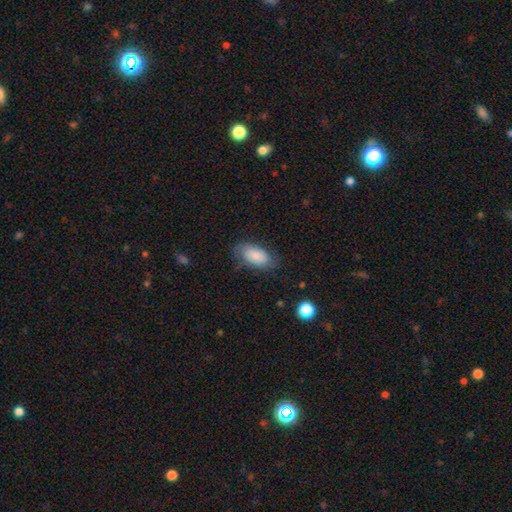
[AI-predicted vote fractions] Smooth or featured?
  - smooth: 81% *
  - featured or disk: 12%
  - star or artifact: 7%
How rounded?
  - in between: 94% *
  - cigar-shaped: 3%
  - round: 3%
Merging?
  - none: 71% *
  - minor disturbance: 21%
  - major disturbance: 7%
  - merger: 1%